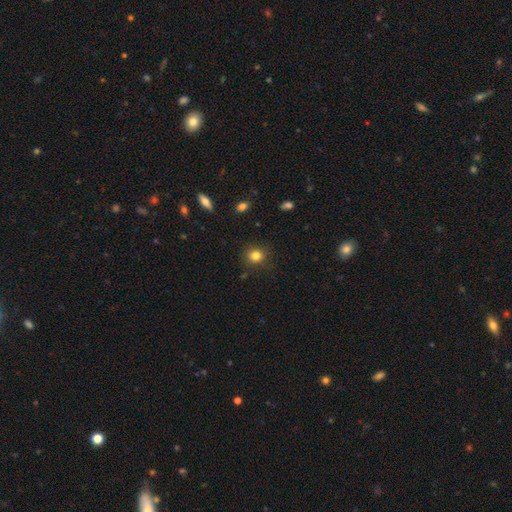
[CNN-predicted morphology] smooth-or-featured: smooth: 82% | star or artifact: 12% | featured or disk: 6%
  how-rounded: round: 85% | in between: 14% | cigar-shaped: 1%
  merging: none: 87% | minor disturbance: 9% | major disturbance: 3% | merger: 1%